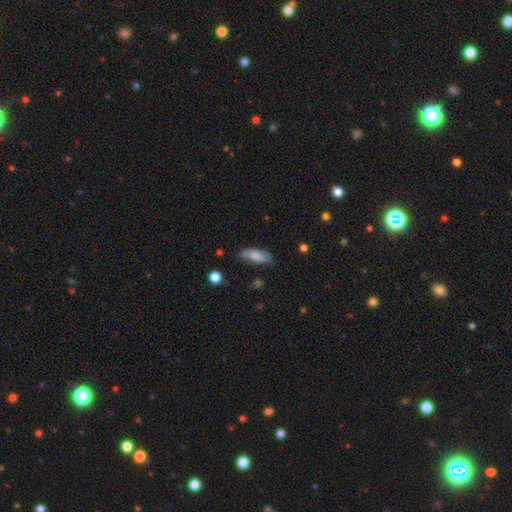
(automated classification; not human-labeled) The model was most divided on "how rounded": in between: 72%, cigar-shaped: 26%, round: 2%. More confident: smooth or featured — smooth (79%); merging — none (76%).